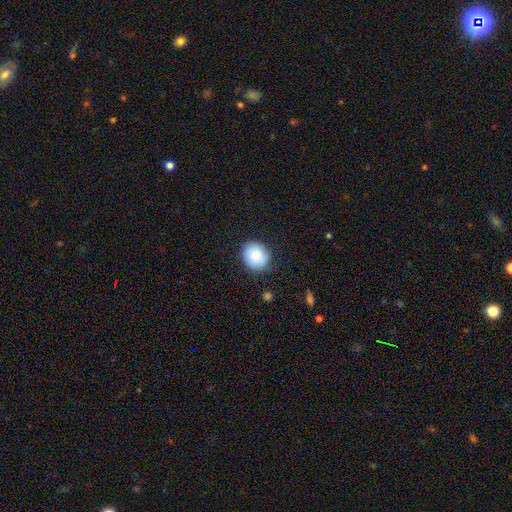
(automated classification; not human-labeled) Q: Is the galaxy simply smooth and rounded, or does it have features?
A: smooth — 83%.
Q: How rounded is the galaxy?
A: round — 77%.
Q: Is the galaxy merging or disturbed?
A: none — 80%.